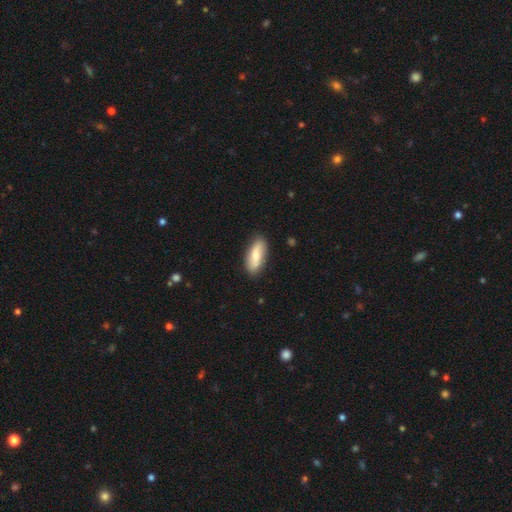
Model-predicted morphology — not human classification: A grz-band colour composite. It shows a smooth galaxy with no disk features (74%) that is in between round and cigar-shaped (72%). Merging: none (86%).